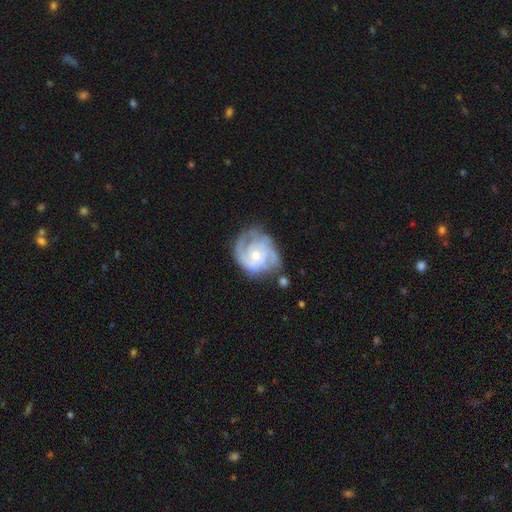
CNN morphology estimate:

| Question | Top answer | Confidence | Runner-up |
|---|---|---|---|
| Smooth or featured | featured or disk | 83% | smooth (12%) |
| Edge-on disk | no | 98% | yes (2%) |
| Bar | no | 64% | weak (30%) |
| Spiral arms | yes | 92% | no (8%) |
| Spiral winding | tight | 55% | medium (35%) |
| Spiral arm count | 2 | 31% | can't tell (27%) |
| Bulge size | moderate | 51% | small (45%) |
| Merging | none | 59% | minor disturbance (24%) |